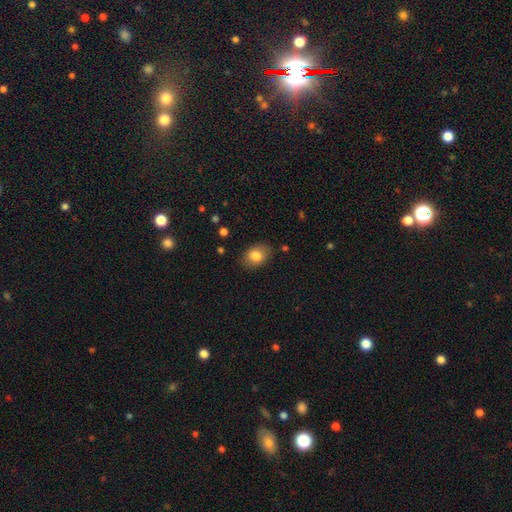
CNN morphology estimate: smooth_or_featured: smooth (p=0.83) [alt: featured or disk p=0.10]
how_rounded: in between (p=0.75) [alt: round p=0.24]
merging: none (p=0.82) [alt: minor disturbance p=0.13]